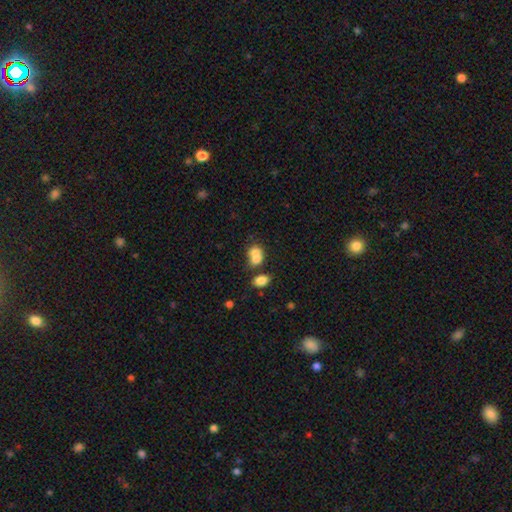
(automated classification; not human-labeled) Smooth or featured? Predicted: smooth (p=0.74). How rounded? Predicted: in between (p=0.58). Merging? Predicted: merger (p=0.63).